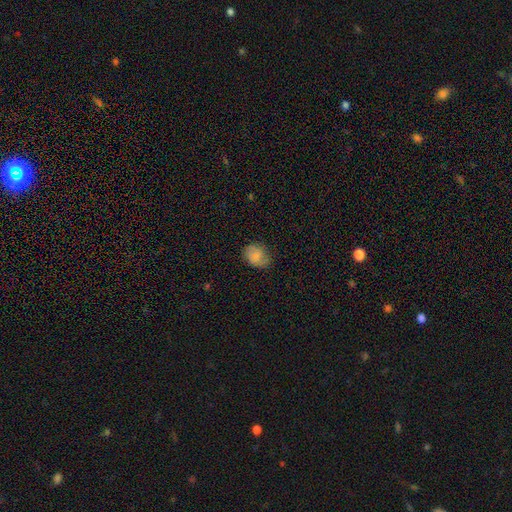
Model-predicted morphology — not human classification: This is likely a smooth galaxy (72%). How rounded: possibly in between (58%). Merging: likely none (73%).